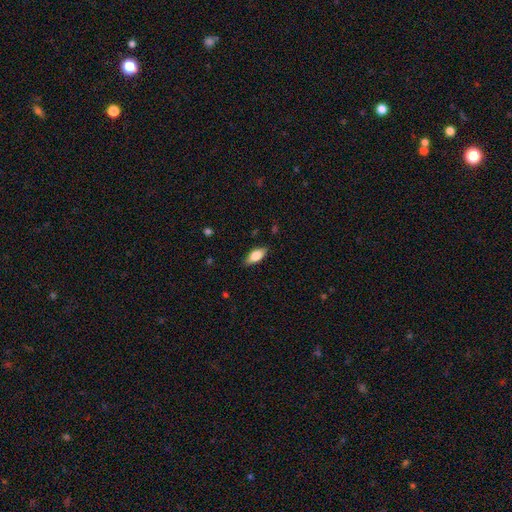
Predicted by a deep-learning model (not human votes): Q: Smooth or featured?
A: smooth (73%); runner-up: featured or disk (20%)
Q: How rounded?
A: in between (83%); runner-up: cigar-shaped (14%)
Q: Merging?
A: none (85%); runner-up: minor disturbance (12%)